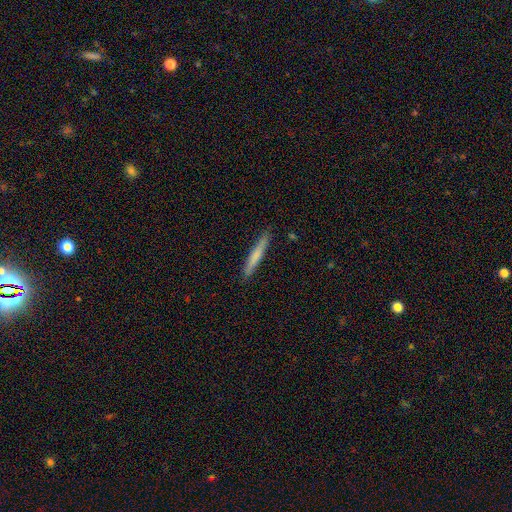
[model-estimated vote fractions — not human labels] Q: Smooth or featured?
A: smooth (72%); runner-up: featured or disk (23%)
Q: How rounded?
A: cigar-shaped (95%); runner-up: in between (3%)
Q: Merging?
A: none (89%); runner-up: minor disturbance (8%)